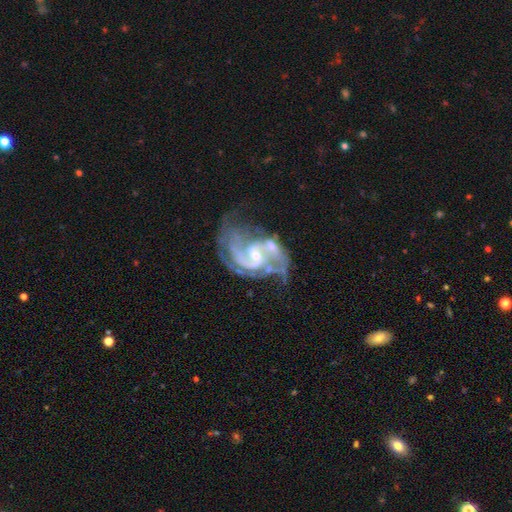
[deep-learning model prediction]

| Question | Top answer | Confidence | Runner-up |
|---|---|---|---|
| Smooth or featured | featured or disk | 90% | star or artifact (6%) |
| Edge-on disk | no | 98% | yes (2%) |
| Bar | no | 49% | weak (39%) |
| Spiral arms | yes | 97% | no (3%) |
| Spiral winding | medium | 52% | tight (29%) |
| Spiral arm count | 2 | 64% | 3 (14%) |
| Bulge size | small | 59% | moderate (36%) |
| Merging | none | 35% | merger (26%) |